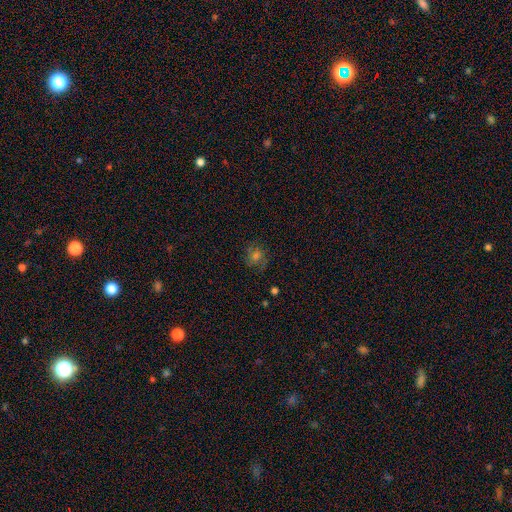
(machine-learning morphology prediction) Smooth or featured: featured or disk — 43% (smooth — 36%)
Merging: none — 74% (minor disturbance — 15%)